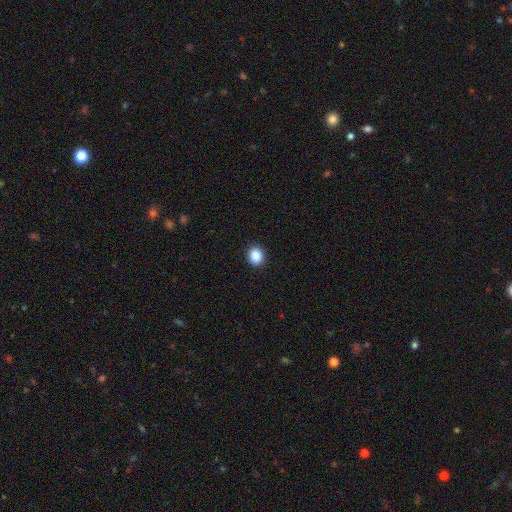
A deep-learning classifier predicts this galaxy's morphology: smooth 88%, star or artifact 9%, featured or disk 3%. Down the decision tree: how rounded — round (75%); merging — none (92%).